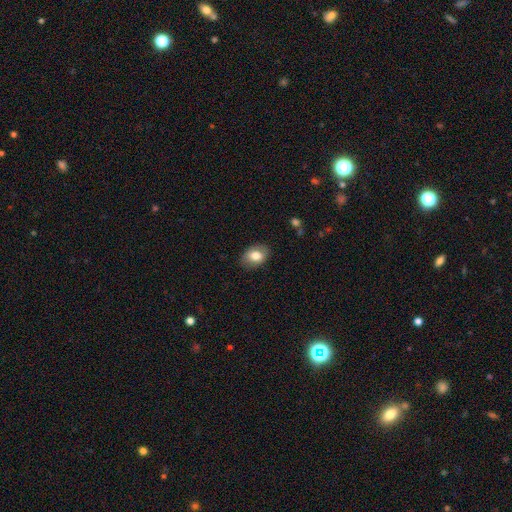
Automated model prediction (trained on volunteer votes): Q: Smooth or featured?
A: smooth (78%); runner-up: featured or disk (15%)
Q: How rounded?
A: in between (80%); runner-up: round (19%)
Q: Merging?
A: none (85%); runner-up: minor disturbance (11%)